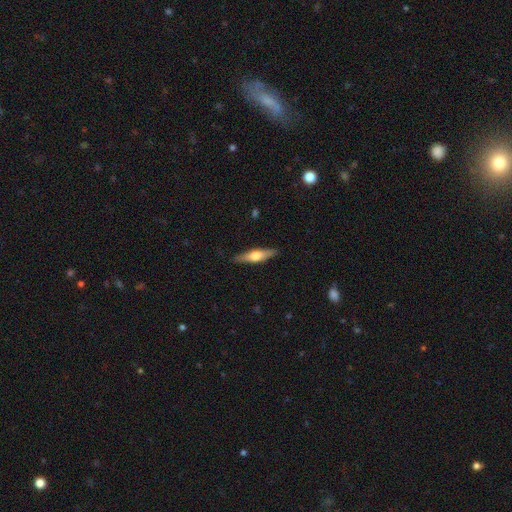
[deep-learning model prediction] smooth-or-featured: featured or disk: 54% | smooth: 40% | star or artifact: 5%
  disk-edge-on: yes: 94% | no: 6%
    edge-on-bulge: rounded: 91% | boxy: 6% | none: 3%
  merging: none: 88% | minor disturbance: 9% | major disturbance: 2% | merger: 1%